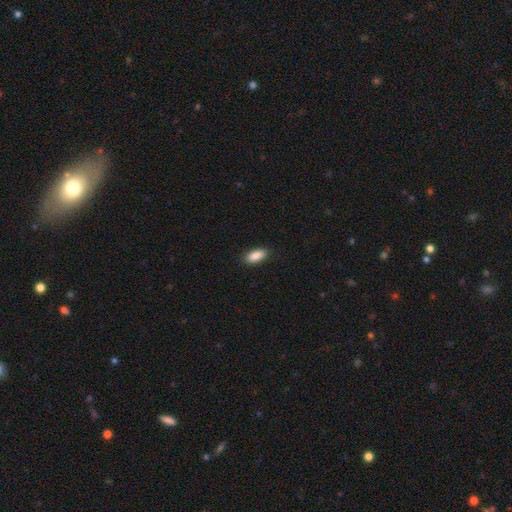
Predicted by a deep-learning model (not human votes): Smooth or featured?
  - smooth: 89% *
  - star or artifact: 7%
  - featured or disk: 5%
How rounded?
  - in between: 87% *
  - cigar-shaped: 10%
  - round: 2%
Merging?
  - none: 87% *
  - minor disturbance: 10%
  - major disturbance: 2%
  - merger: 1%